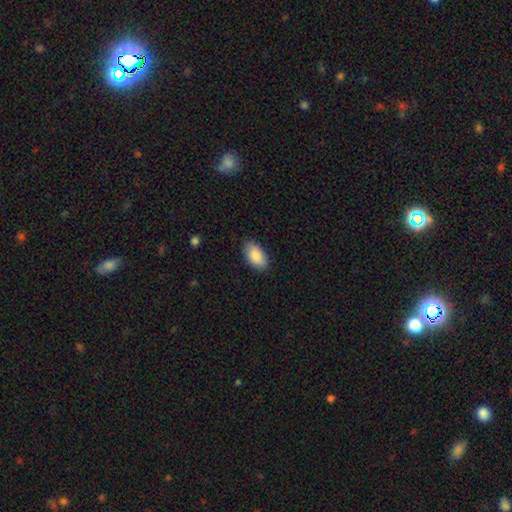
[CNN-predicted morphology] A smooth galaxy with no disk features (89%) that is in between round and cigar-shaped (95%). Merging: none (85%).